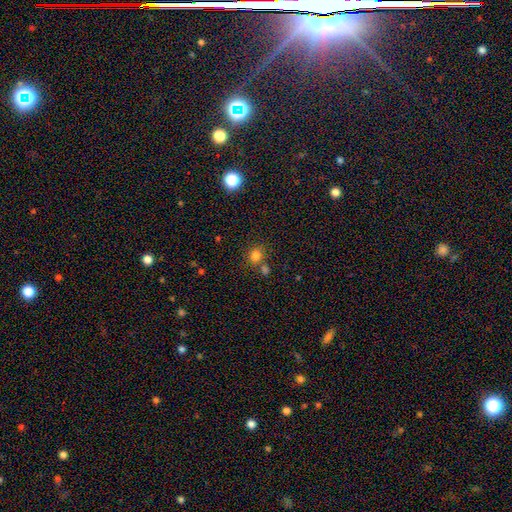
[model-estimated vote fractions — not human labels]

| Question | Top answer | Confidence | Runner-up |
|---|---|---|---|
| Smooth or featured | smooth | 79% | star or artifact (15%) |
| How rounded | round | 79% | in between (20%) |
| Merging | none | 65% | merger (21%) |